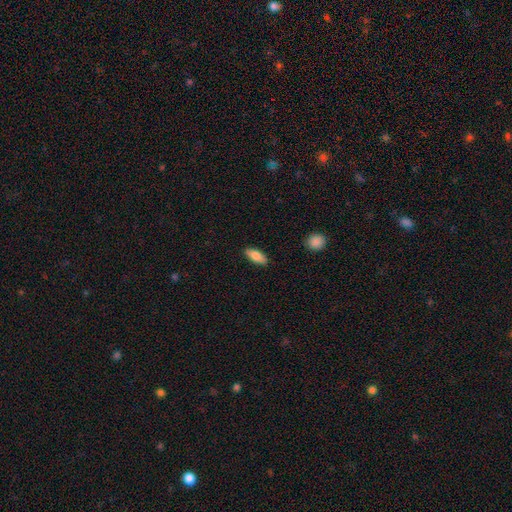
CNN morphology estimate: Smooth or featured? Predicted: smooth (p=0.82). How rounded? Predicted: in between (p=0.80). Merging? Predicted: none (p=0.88).